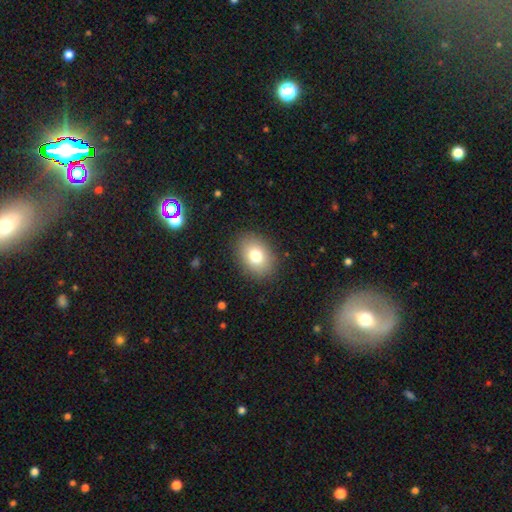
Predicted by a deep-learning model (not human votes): smooth_or_featured: smooth (p=0.78) [alt: featured or disk p=0.12]
how_rounded: in between (p=0.69) [alt: round p=0.30]
merging: none (p=0.88) [alt: minor disturbance p=0.08]